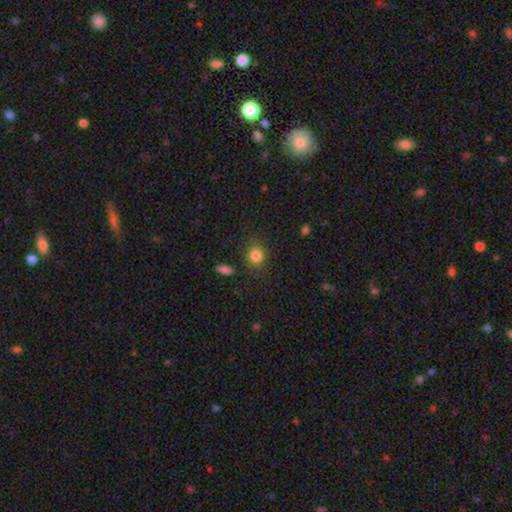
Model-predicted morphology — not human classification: Smooth or featured? smooth (84%)
How rounded? round (75%)
Merging? none (81%)